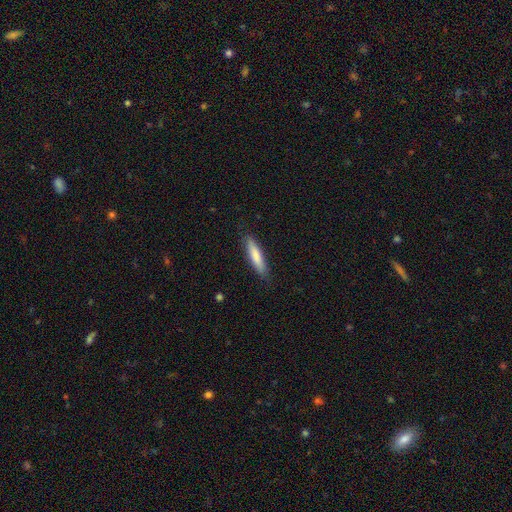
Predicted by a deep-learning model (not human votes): Smooth or featured? smooth (79%)
How rounded? cigar-shaped (83%)
Merging? none (86%)